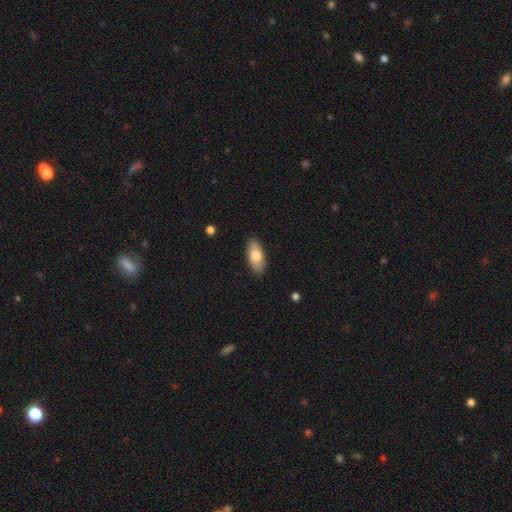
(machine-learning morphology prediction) The model was most divided on "smooth or featured": smooth: 76%, featured or disk: 18%, star or artifact: 6%. More confident: merging — none (87%); how rounded — in between (85%).